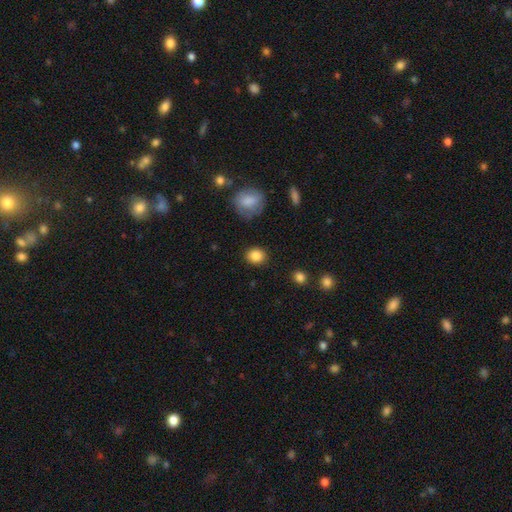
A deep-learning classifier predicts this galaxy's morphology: Smooth or featured? smooth (86%)
How rounded? round (71%)
Merging? none (88%)